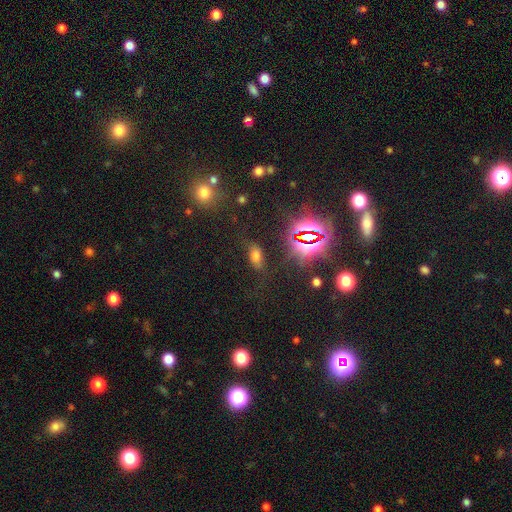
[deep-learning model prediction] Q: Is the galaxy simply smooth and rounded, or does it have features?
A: smooth — 56%.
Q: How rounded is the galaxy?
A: in between — 86%.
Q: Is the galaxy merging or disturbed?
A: none — 72%.